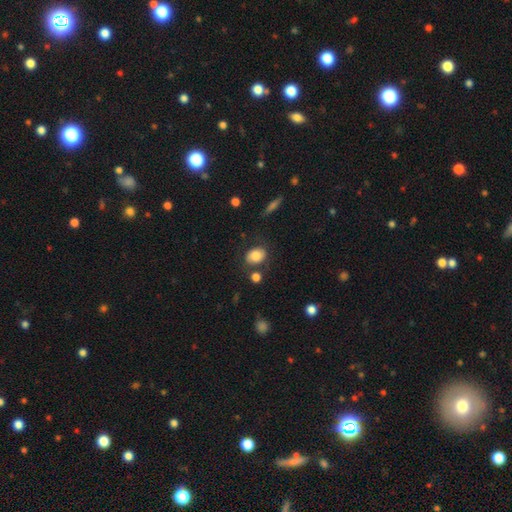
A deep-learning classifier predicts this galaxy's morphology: smooth-or-featured: smooth: 80% | featured or disk: 11% | star or artifact: 9%
  how-rounded: in between: 60% | round: 39% | cigar-shaped: 1%
  merging: none: 72% | minor disturbance: 15% | merger: 8% | major disturbance: 6%